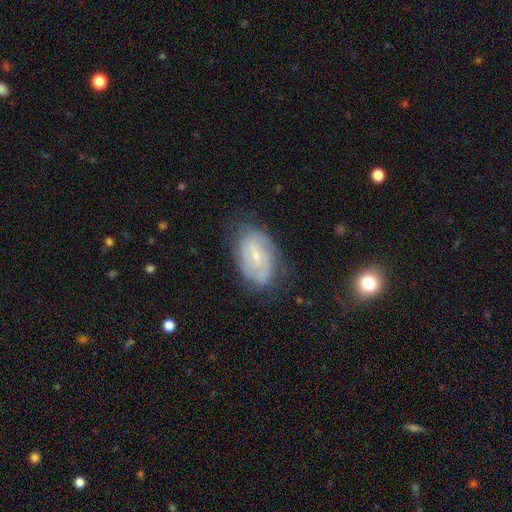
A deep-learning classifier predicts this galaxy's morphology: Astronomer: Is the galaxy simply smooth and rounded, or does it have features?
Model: featured or disk — 72%.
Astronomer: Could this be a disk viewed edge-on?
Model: no — 96%.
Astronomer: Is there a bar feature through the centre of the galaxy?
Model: weak — 52% (runner-up: no, 32%).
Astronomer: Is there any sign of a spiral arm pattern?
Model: yes — 88%.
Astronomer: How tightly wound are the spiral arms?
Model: tight — 48% (runner-up: medium, 38%).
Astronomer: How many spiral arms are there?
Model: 2 — 51% (runner-up: can't tell, 31%).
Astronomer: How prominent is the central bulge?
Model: small — 71%.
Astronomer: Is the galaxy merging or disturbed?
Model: none — 72%.